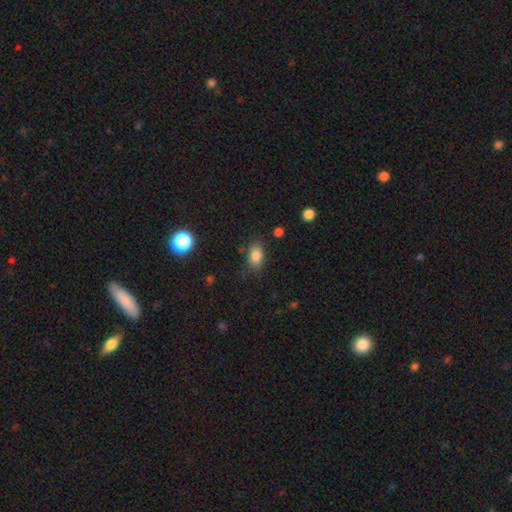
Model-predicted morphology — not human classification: Smooth or featured? Predicted: smooth (p=0.83). How rounded? Predicted: in between (p=0.85). Merging? Predicted: none (p=0.77).